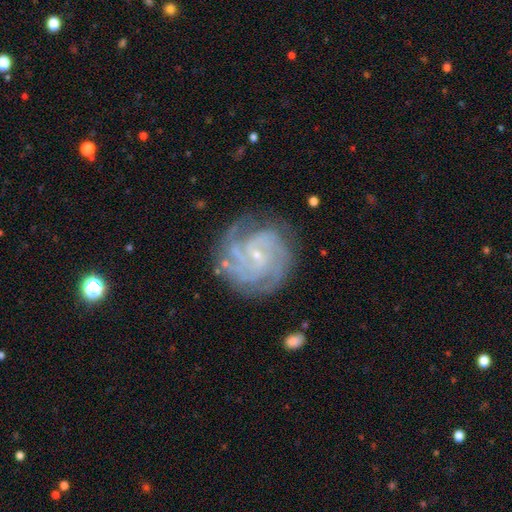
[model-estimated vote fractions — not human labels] A featured or disk galaxy (88%) with no bar (60%), 4 (26%, tied with 3) tight (66%) spiral arms (97%) and a small central bulge (85%). Merging: none (76%).